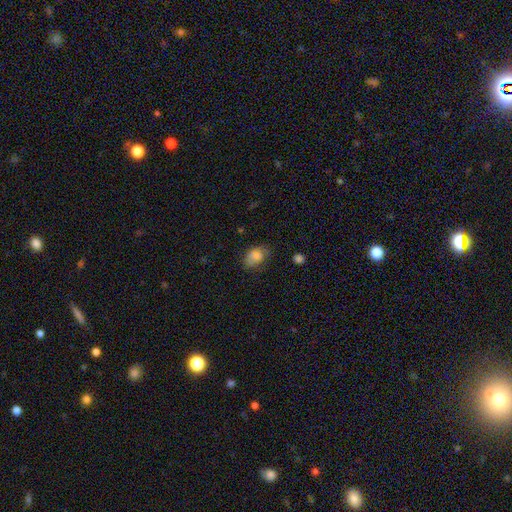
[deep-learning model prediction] smooth-or-featured: smooth: 81% | featured or disk: 10% | star or artifact: 10%
  how-rounded: in between: 77% | round: 22% | cigar-shaped: 1%
  merging: none: 55% | minor disturbance: 31% | major disturbance: 12% | merger: 2%